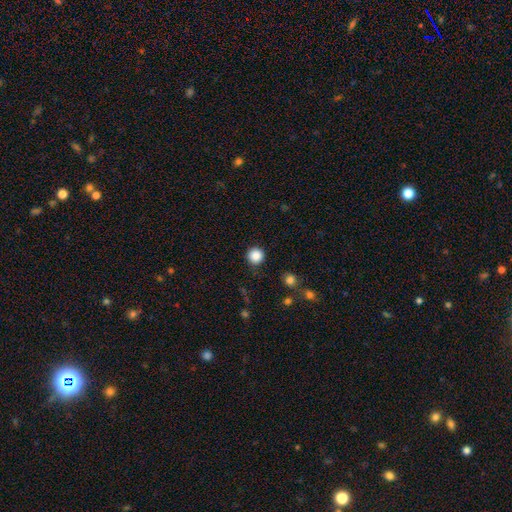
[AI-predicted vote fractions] The model was most divided on "smooth or featured": smooth: 87%, star or artifact: 10%, featured or disk: 3%. More confident: how rounded — round (95%); merging — none (89%).